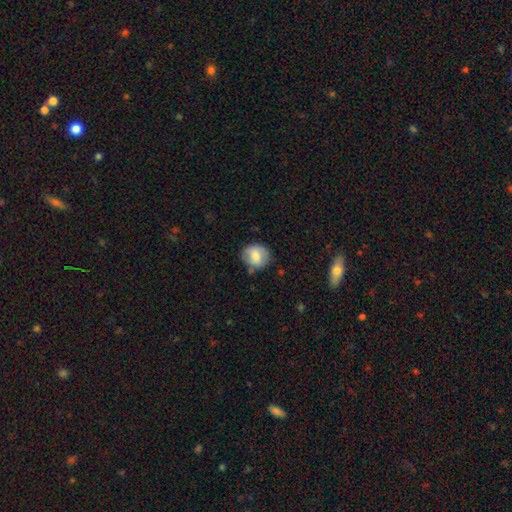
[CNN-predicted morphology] Smooth or featured: smooth — 76% (featured or disk — 16%)
How rounded: round — 76% (in between — 23%)
Merging: none — 75% (minor disturbance — 18%)